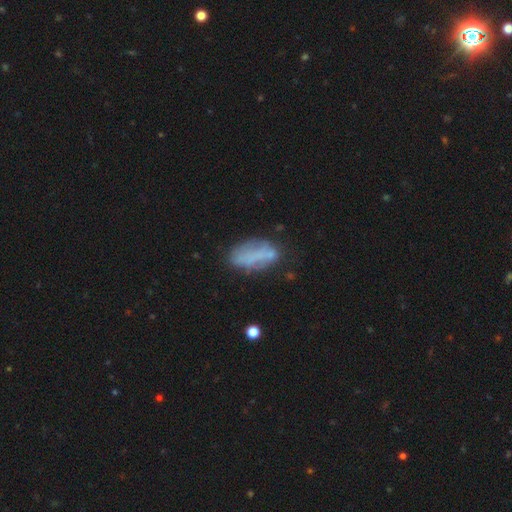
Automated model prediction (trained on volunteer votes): smooth-or-featured: smooth: 57% | featured or disk: 32% | star or artifact: 11%
  how-rounded: in between: 80% | cigar-shaped: 15% | round: 4%
  merging: none: 58% | minor disturbance: 24% | major disturbance: 12% | merger: 7%